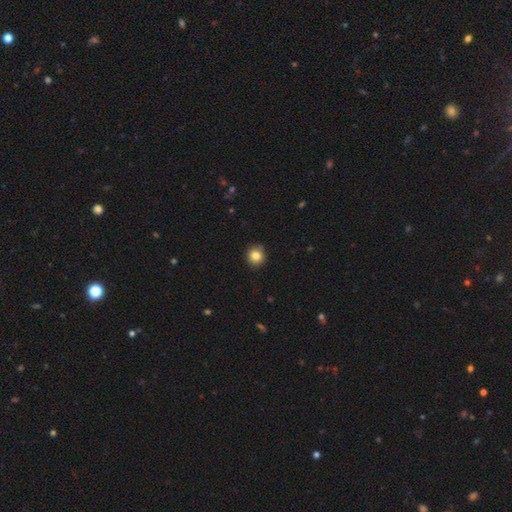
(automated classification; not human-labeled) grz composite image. It shows a smooth galaxy with no disk features (83%) that is round (91%). Merging: none (90%).